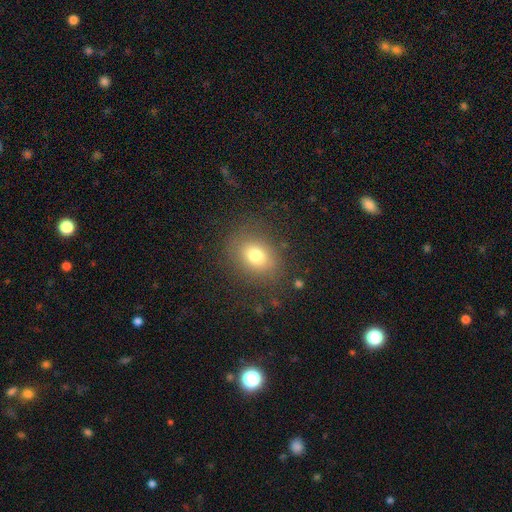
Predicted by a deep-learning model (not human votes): Q: Smooth or featured?
A: smooth (75%); runner-up: star or artifact (13%)
Q: How rounded?
A: in between (50%); runner-up: round (48%)
Q: Merging?
A: none (79%); runner-up: minor disturbance (13%)